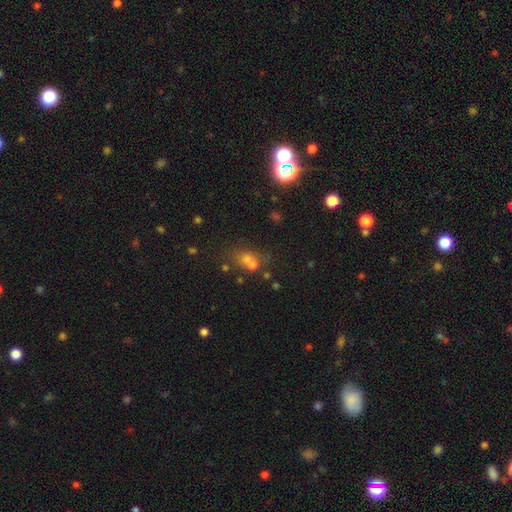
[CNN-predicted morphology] Overall: star or artifact (46%; smooth 40%).